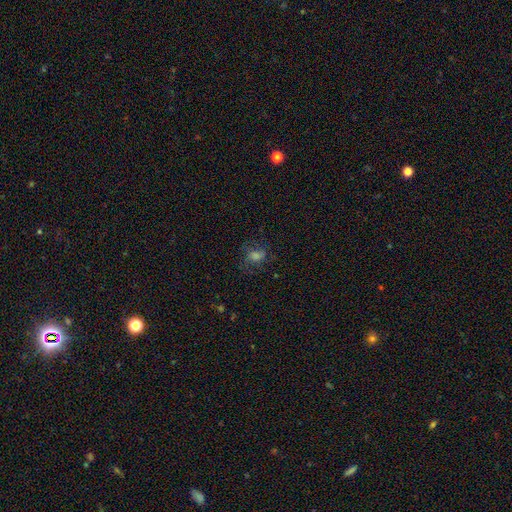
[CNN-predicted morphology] Q: Smooth or featured?
A: smooth (44%); runner-up: featured or disk (30%)
Q: Merging?
A: none (67%); runner-up: minor disturbance (18%)